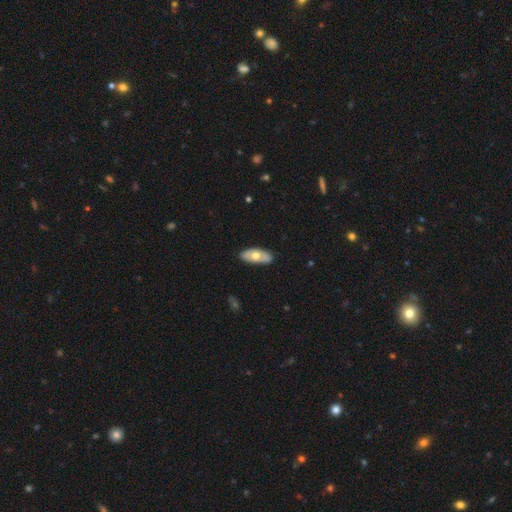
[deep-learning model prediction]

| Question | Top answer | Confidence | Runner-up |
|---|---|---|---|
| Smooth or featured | smooth | 56% | featured or disk (39%) |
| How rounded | in between | 87% | cigar-shaped (9%) |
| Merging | none | 84% | minor disturbance (13%) |